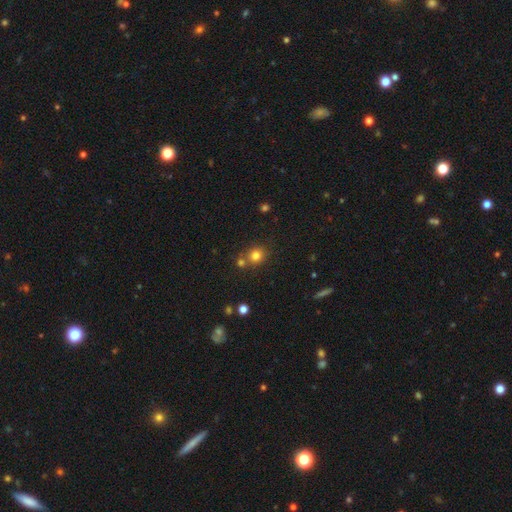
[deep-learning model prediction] The model was most divided on "merging": none: 66%, merger: 22%, minor disturbance: 9%, major disturbance: 3%. More confident: how rounded — round (83%); smooth or featured — smooth (79%).